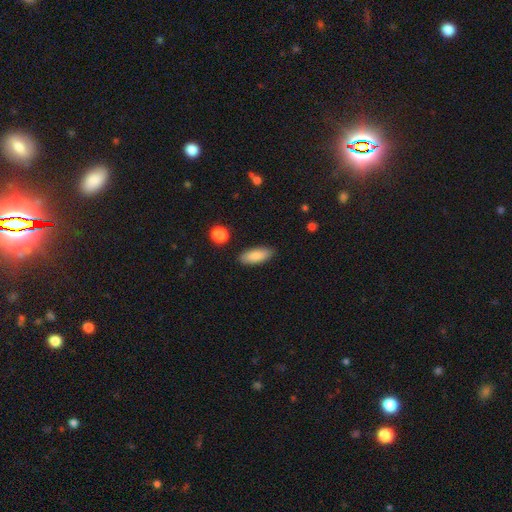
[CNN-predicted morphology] A smooth galaxy with no disk features (85%) that is in between round and cigar-shaped (74%). Merging: none (87%).